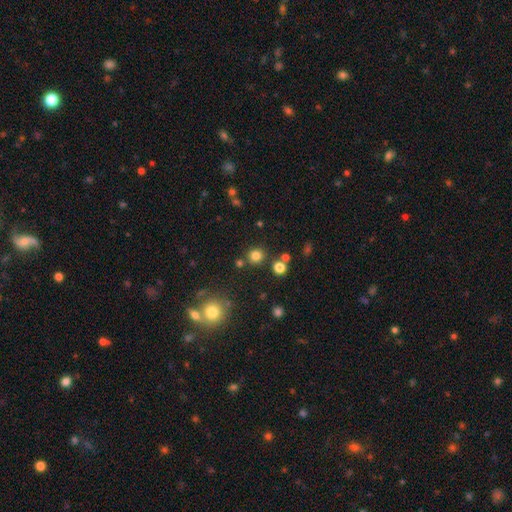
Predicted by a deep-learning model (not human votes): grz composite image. It shows a smooth galaxy with no disk features (79%) that is round (91%). Merging: none (83%).